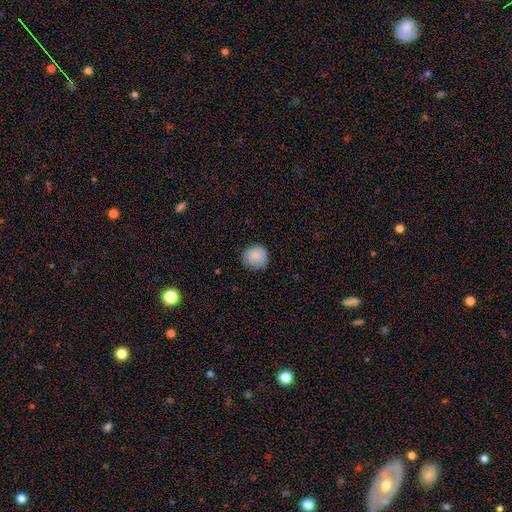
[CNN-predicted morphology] Smooth or featured: smooth — 86% (star or artifact — 8%)
How rounded: round — 86% (in between — 13%)
Merging: none — 78% (minor disturbance — 17%)